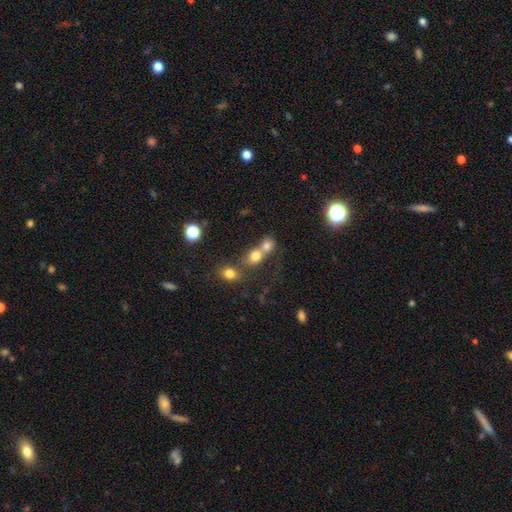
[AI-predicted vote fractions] This appears to be a smooth galaxy with no disk features (72%) that is round (63%). Merging: merger (62%).